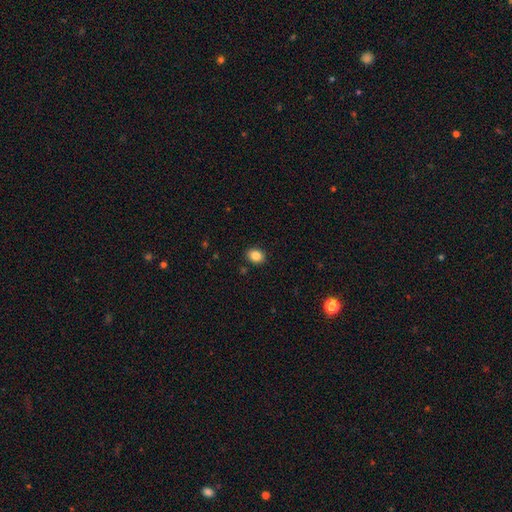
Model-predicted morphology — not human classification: This appears to be a smooth galaxy with no disk features (85%) that is round (50%, tied with in between). Merging: none (90%).